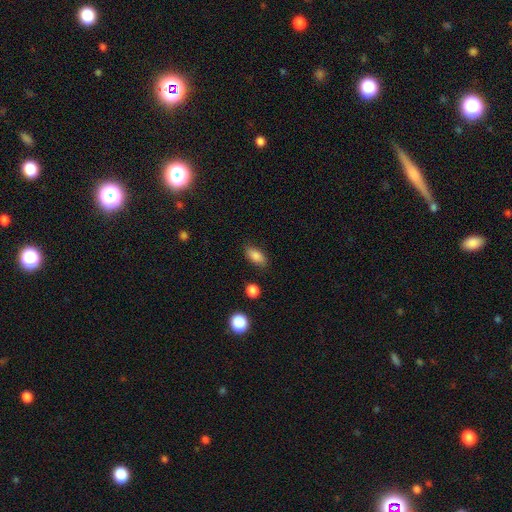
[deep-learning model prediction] smooth_or_featured: smooth (p=0.84) [alt: star or artifact p=0.09]
how_rounded: in between (p=0.88) [alt: cigar-shaped p=0.07]
merging: none (p=0.83) [alt: minor disturbance p=0.12]